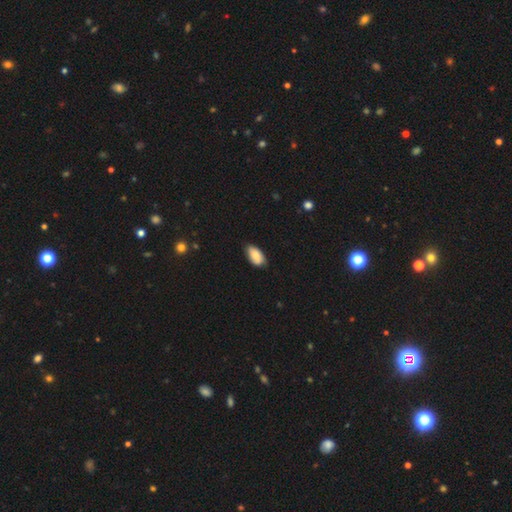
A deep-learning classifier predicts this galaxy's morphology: Smooth or featured? Predicted: smooth (p=0.82). How rounded? Predicted: in between (p=0.94). Merging? Predicted: none (p=0.72).